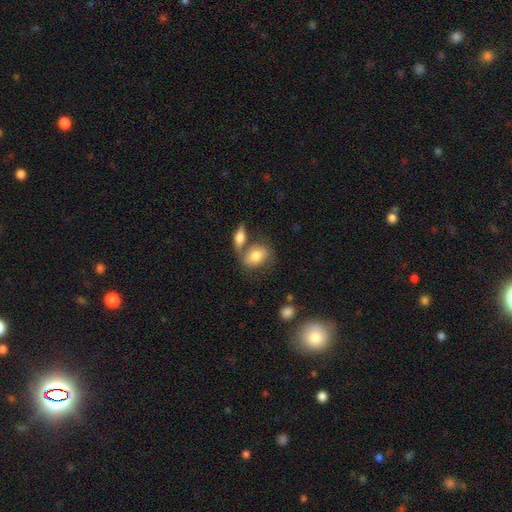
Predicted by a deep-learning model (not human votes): Smooth or featured? Predicted: smooth (p=0.72). How rounded? Predicted: in between (p=0.74). Merging? Predicted: none (p=0.47).